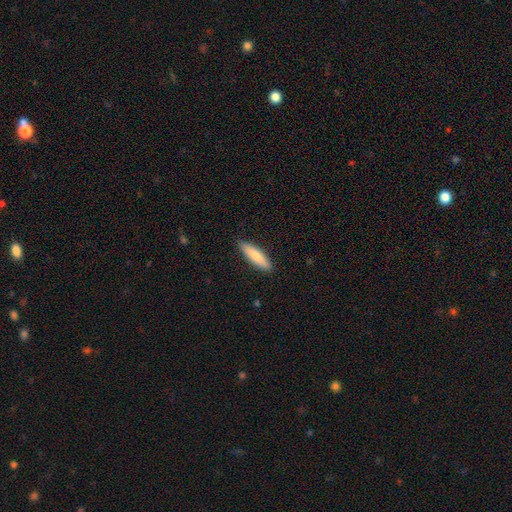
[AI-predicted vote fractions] A smooth galaxy with no disk features (76%) that is cigar-shaped (68%). Merging: none (89%).